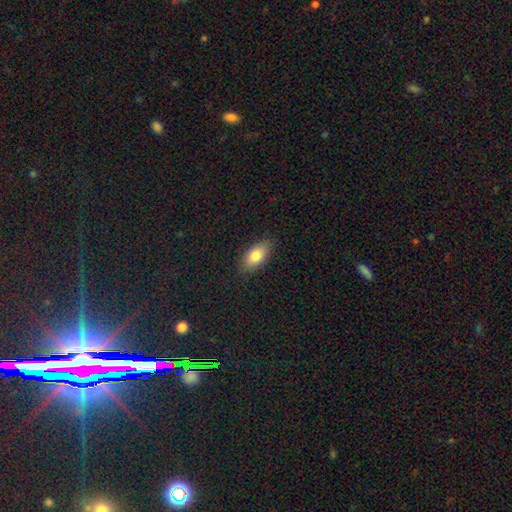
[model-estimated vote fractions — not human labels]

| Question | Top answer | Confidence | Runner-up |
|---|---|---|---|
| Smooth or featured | smooth | 81% | featured or disk (12%) |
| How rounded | in between | 89% | cigar-shaped (8%) |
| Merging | none | 85% | minor disturbance (12%) |